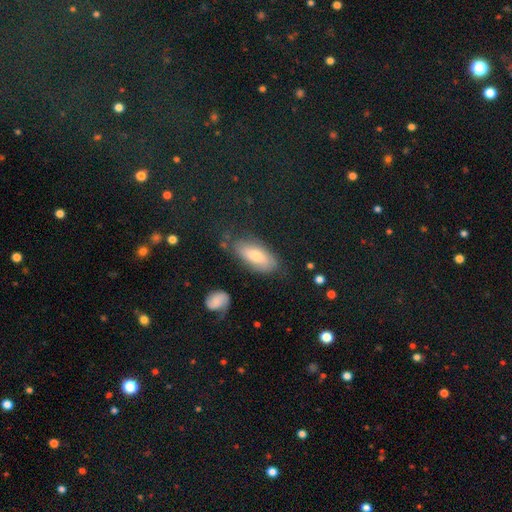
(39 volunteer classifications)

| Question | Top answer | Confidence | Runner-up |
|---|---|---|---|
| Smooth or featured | smooth | 64% | featured or disk (33%) |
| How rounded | in between | 92% | round (4%) |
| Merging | none | 68% | minor disturbance (29%) |